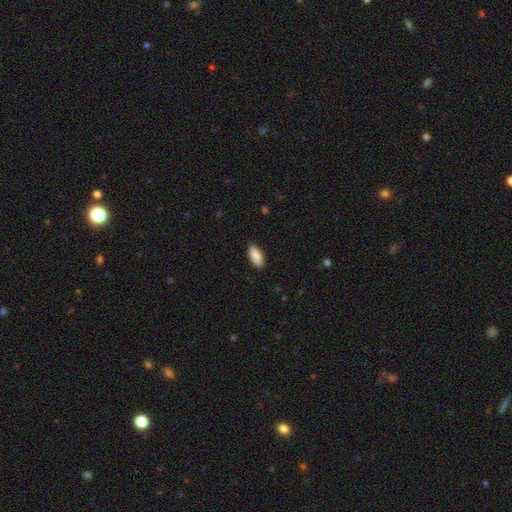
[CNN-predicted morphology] Overall: smooth (90%). How rounded: in between (88%). Merging: none (88%).